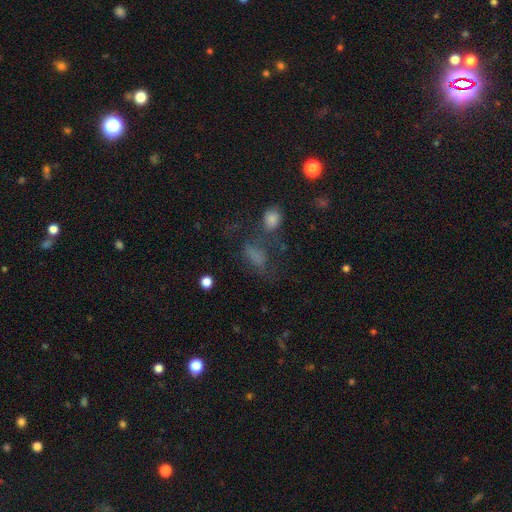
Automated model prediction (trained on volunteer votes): smooth_or_featured: smooth (p=0.63) [alt: star or artifact p=0.19]
how_rounded: in between (p=0.78) [alt: round p=0.16]
merging: none (p=0.35) [alt: major disturbance p=0.29]